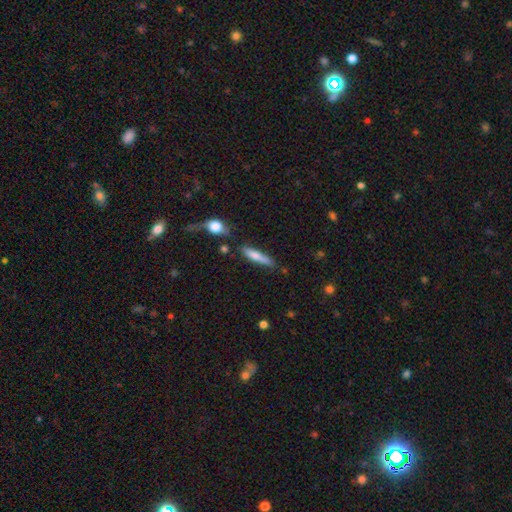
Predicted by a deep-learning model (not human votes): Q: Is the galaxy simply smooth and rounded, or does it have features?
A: smooth — 66%.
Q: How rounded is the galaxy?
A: cigar-shaped — 81%.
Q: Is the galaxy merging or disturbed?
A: none — 68%.